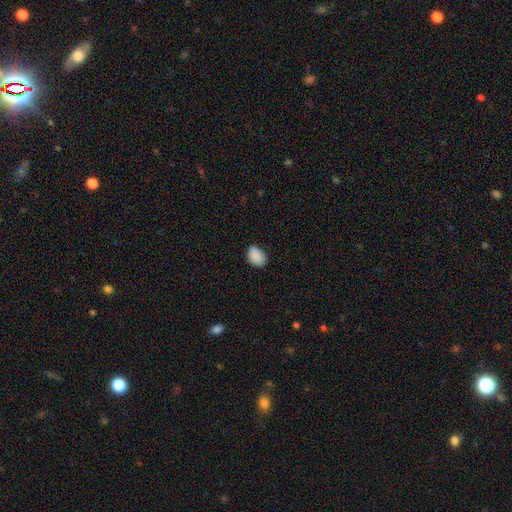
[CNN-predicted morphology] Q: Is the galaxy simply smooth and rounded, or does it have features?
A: smooth — 89%.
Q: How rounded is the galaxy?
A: in between — 85%.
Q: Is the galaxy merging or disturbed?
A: none — 79%.